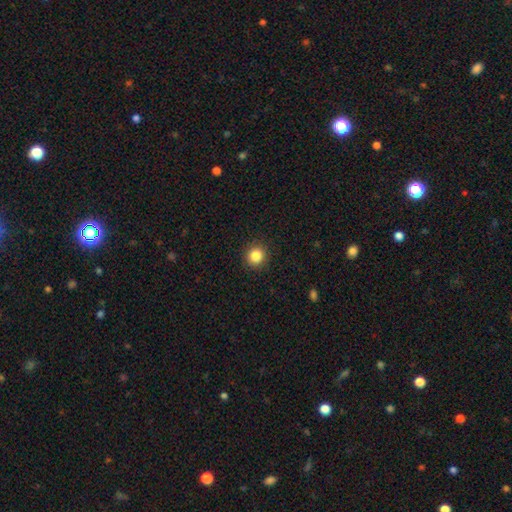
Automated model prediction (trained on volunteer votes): Smooth or featured? smooth (85%)
How rounded? round (93%)
Merging? none (92%)